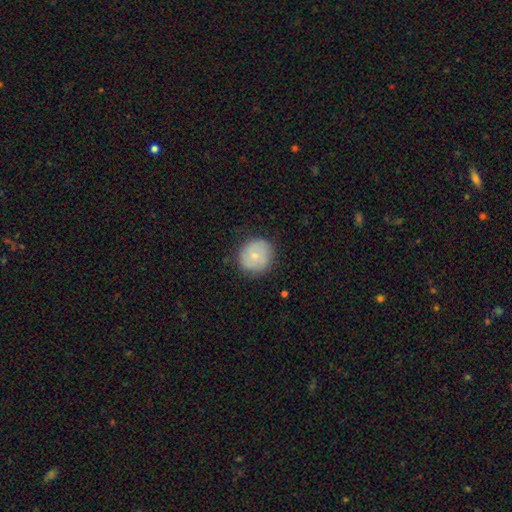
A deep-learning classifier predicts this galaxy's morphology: Q: Smooth or featured?
A: smooth (72%); runner-up: featured or disk (21%)
Q: How rounded?
A: round (87%); runner-up: in between (12%)
Q: Merging?
A: none (82%); runner-up: minor disturbance (13%)